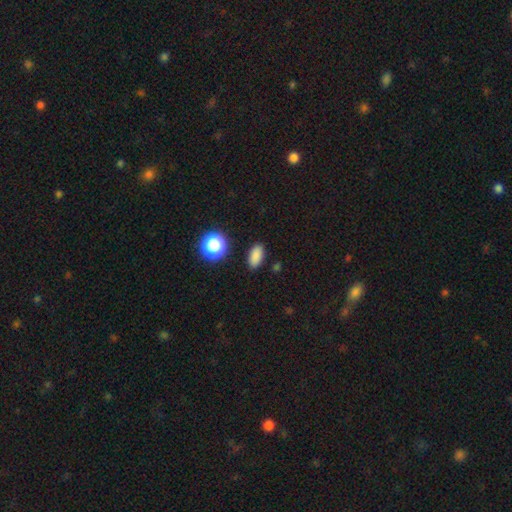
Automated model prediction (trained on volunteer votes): Smooth or featured?
  - smooth: 84% *
  - star or artifact: 12%
  - featured or disk: 4%
How rounded?
  - in between: 87% *
  - round: 8%
  - cigar-shaped: 5%
Merging?
  - none: 88% *
  - minor disturbance: 8%
  - major disturbance: 2%
  - merger: 2%